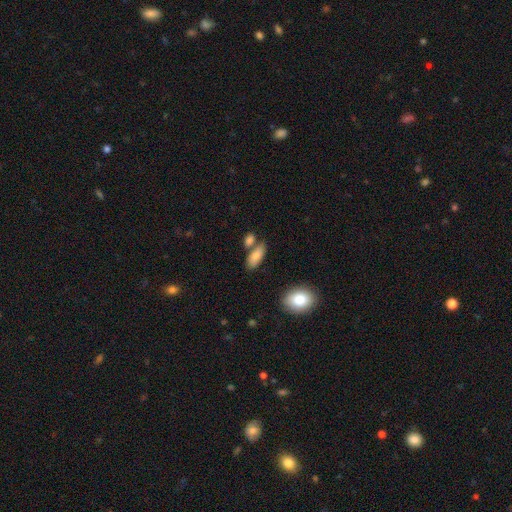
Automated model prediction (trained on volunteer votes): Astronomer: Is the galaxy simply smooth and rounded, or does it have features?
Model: smooth — 81%.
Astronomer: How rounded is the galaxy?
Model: in between — 81%.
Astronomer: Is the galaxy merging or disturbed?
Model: none — 60%.